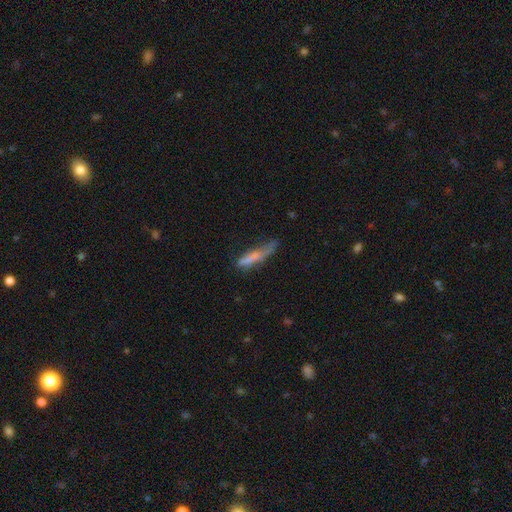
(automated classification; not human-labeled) A smooth galaxy with no disk features (57%) that is cigar-shaped (85%). Merging: none (42%).